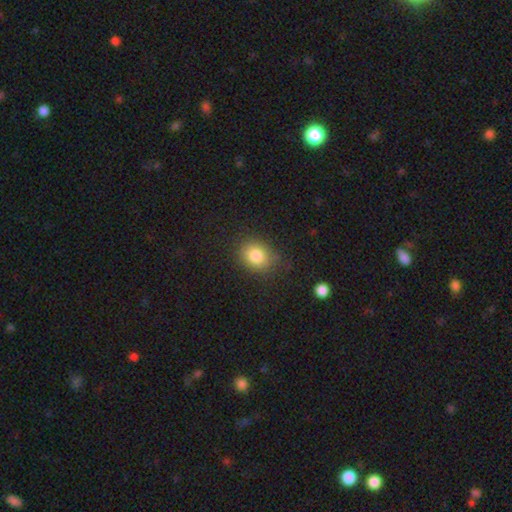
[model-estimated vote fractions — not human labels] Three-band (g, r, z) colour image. It shows a smooth galaxy with no disk features (83%) that is round (62%). Merging: none (80%).